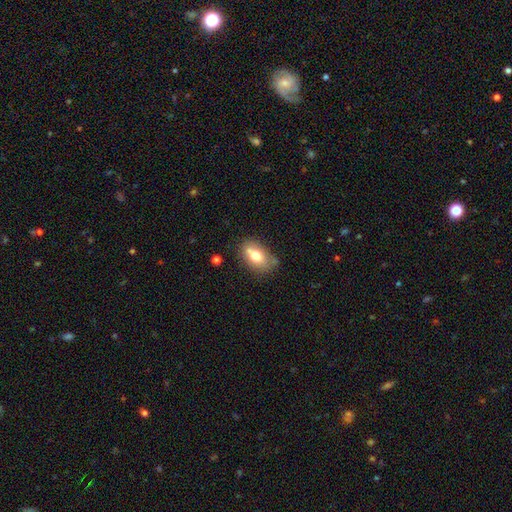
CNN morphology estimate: Smooth or featured? Predicted: smooth (p=0.70). How rounded? Predicted: in between (p=0.85). Merging? Predicted: none (p=0.65).